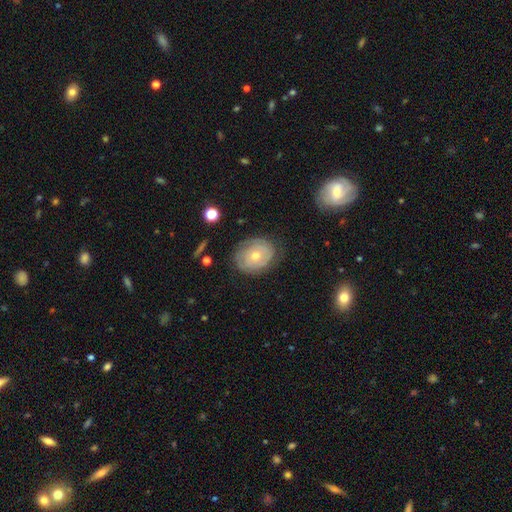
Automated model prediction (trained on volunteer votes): Smooth or featured?
  - featured or disk: 65% *
  - smooth: 26%
  - star or artifact: 9%
Edge-on disk?
  - no: 96% *
  - yes: 4%
Bar?
  - no: 81% *
  - weak: 16%
  - strong: 3%
Spiral arms?
  - yes: 76% *
  - no: 24%
Bulge size?
  - moderate: 52% *
  - small: 44%
  - large: 2%
  - none: 1%
  - dominant: 1%
Merging?
  - none: 76% *
  - minor disturbance: 18%
  - major disturbance: 5%
  - merger: 1%